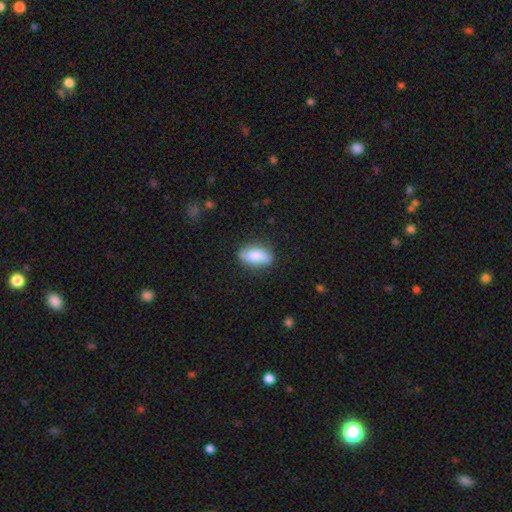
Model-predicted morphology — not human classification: A smooth galaxy with no disk features (81%) that is in between round and cigar-shaped (86%).

Vote fractions:
- Smooth or featured? smooth: 81% / featured or disk: 13% / star or artifact: 6%
- How rounded? in between: 86% / cigar-shaped: 9% / round: 5%
- Merging? none: 79% / minor disturbance: 15% / major disturbance: 4% / merger: 2%